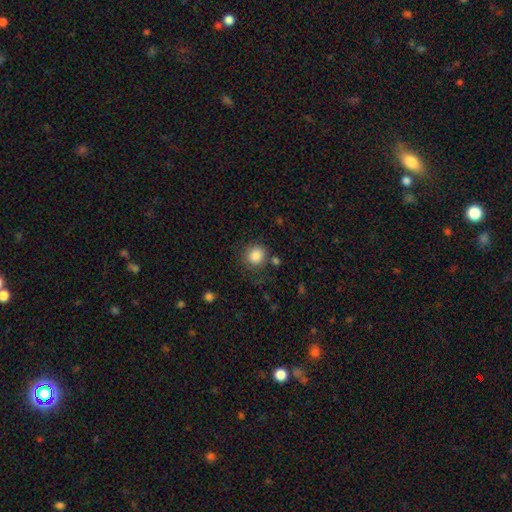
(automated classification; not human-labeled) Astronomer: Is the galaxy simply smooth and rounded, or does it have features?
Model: smooth — 86%.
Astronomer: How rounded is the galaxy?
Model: round — 81%.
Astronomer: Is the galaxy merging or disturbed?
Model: none — 75%.